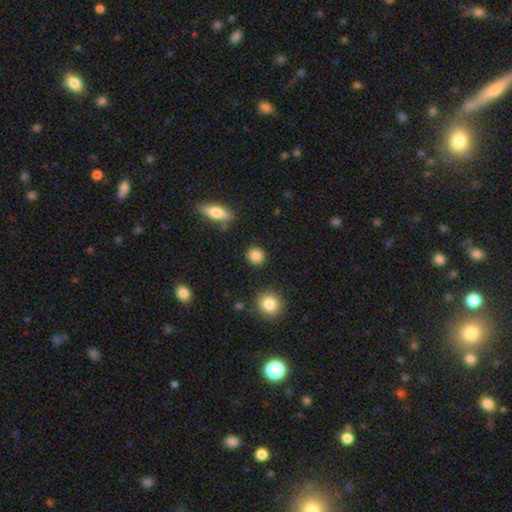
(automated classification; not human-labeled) smooth 87%, star or artifact 9%, featured or disk 4%. Down the decision tree: how rounded — round (84%); merging — none (88%).